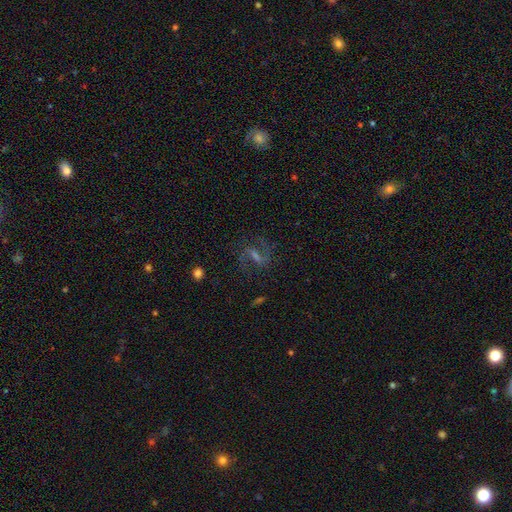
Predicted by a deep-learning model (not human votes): A featured or disk galaxy (70%) with a weak bar (47%), 2 (87%) medium (51%) spiral arms (93%) and a small central bulge (44%). Merging: none (78%).